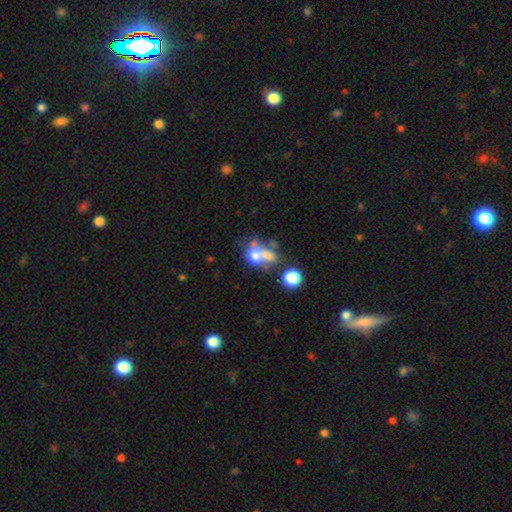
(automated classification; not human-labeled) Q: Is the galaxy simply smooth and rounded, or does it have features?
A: smooth — 60%.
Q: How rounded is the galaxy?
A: round — 55%.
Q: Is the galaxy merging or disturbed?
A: merger — 54%.